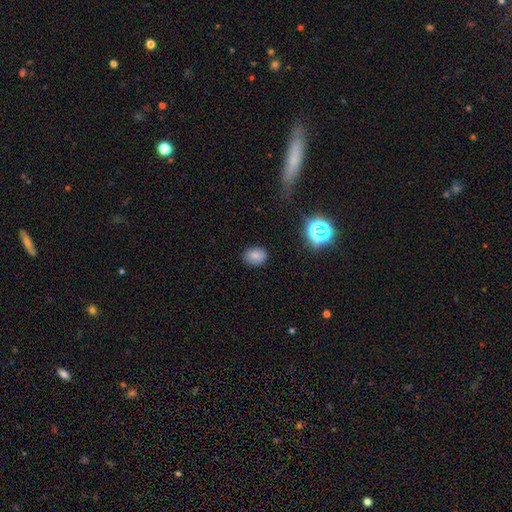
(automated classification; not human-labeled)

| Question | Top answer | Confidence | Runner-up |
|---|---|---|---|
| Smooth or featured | smooth | 79% | star or artifact (14%) |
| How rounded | in between | 54% | round (45%) |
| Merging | none | 86% | minor disturbance (11%) |